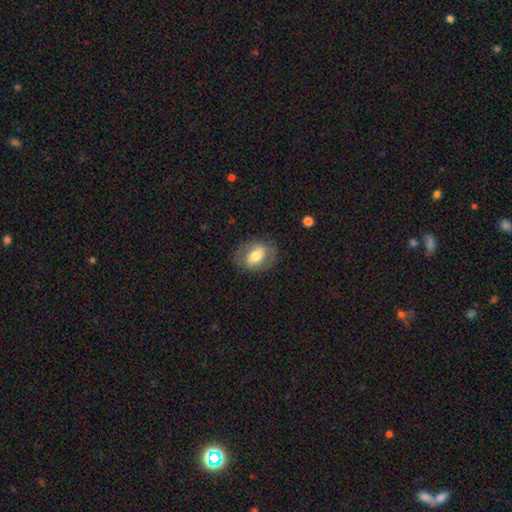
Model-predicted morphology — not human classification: Smooth or featured?
  - smooth: 50% *
  - featured or disk: 43%
  - star or artifact: 7%
How rounded?
  - in between: 68% *
  - round: 30%
  - cigar-shaped: 1%
Merging?
  - none: 78% *
  - minor disturbance: 14%
  - major disturbance: 7%
  - merger: 1%